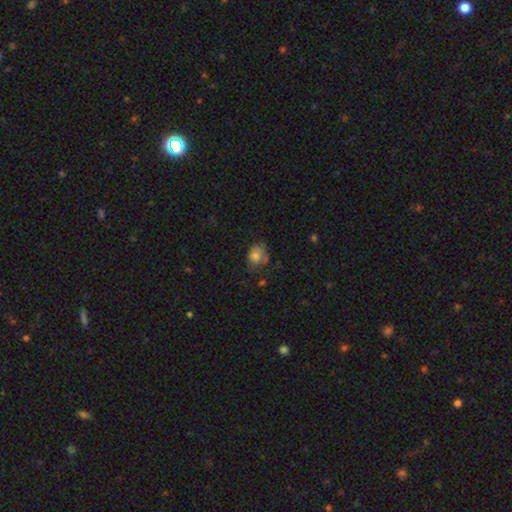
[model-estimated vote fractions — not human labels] Smooth or featured?
  - smooth: 76% *
  - featured or disk: 14%
  - star or artifact: 11%
How rounded?
  - round: 64% *
  - in between: 35%
  - cigar-shaped: 1%
Merging?
  - none: 52% *
  - minor disturbance: 30%
  - major disturbance: 14%
  - merger: 3%